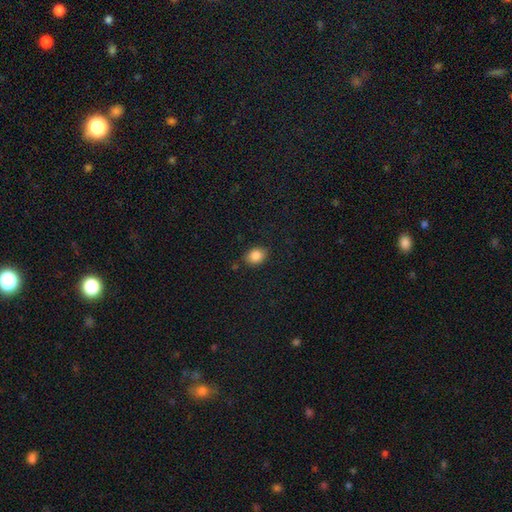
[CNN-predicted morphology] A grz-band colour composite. It shows a smooth galaxy with no disk features (86%) that is in between round and cigar-shaped (59%). Merging: none (82%).